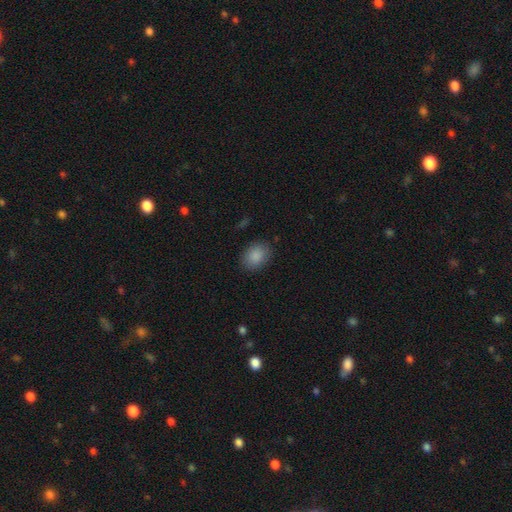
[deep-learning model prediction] Smooth or featured: smooth — 88% (star or artifact — 8%)
How rounded: in between — 64% (round — 35%)
Merging: none — 85% (minor disturbance — 10%)